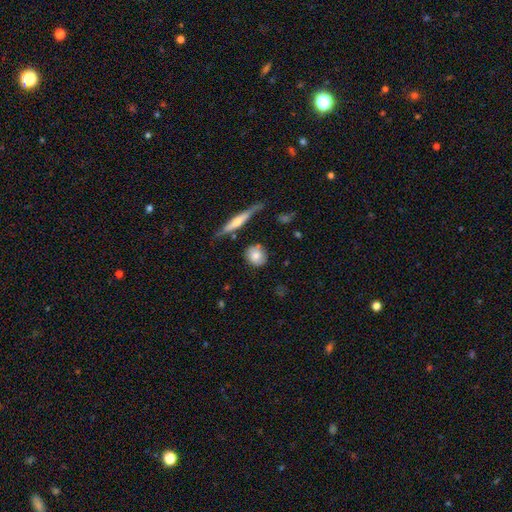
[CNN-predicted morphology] A smooth galaxy with no disk features (77%) that is round (76%). Merging: none (78%).